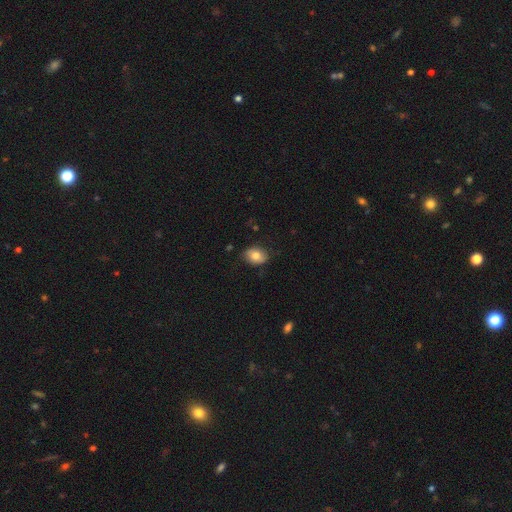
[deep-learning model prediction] smooth_or_featured: smooth (p=0.77) [alt: featured or disk p=0.15]
how_rounded: in between (p=0.69) [alt: round p=0.30]
merging: none (p=0.80) [alt: minor disturbance p=0.16]